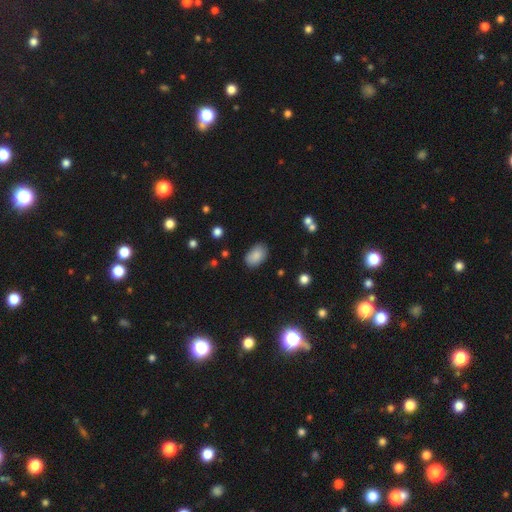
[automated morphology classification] Smooth or featured: smooth — 86% (star or artifact — 8%)
How rounded: in between — 90% (round — 9%)
Merging: none — 83% (minor disturbance — 13%)